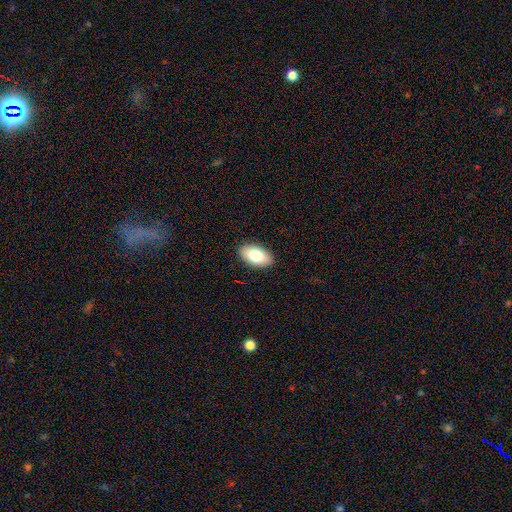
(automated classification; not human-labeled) Overall: smooth (80%). How rounded: in between (94%). Merging: none (90%).